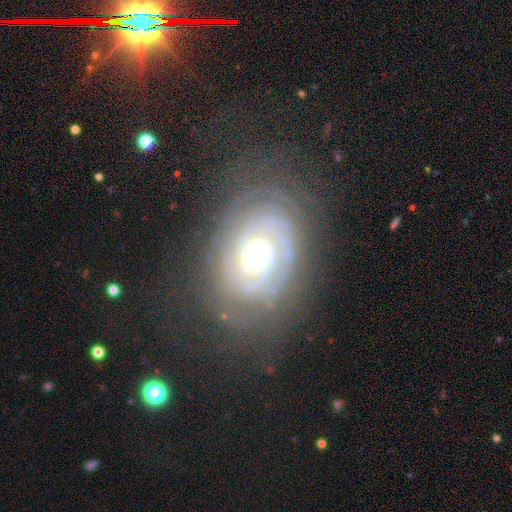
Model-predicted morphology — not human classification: This is clearly a featured or disk galaxy (85%). It is clearly not viewed edge-on (96%). Bar: likely no (69%). Spiral arm pattern: clearly yes (93%). Spiral arm count: marginally can't tell (32%). Spiral winding: likely tight (79%). Central bulge: likely moderate (67%). Merging: likely none (75%).